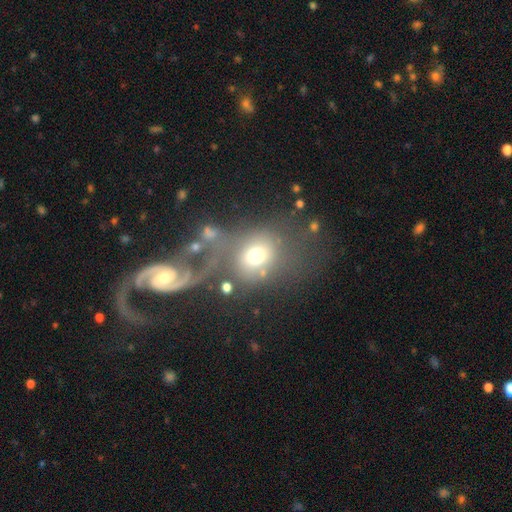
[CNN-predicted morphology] smooth 60%, featured or disk 27%, star or artifact 13%. Down the decision tree: how rounded — round (59%); merging — none (29%, tied with major disturbance).